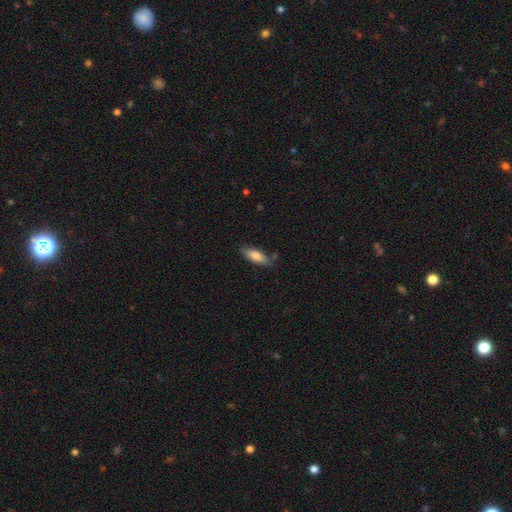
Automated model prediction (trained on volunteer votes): Smooth or featured? Predicted: smooth (p=0.78). How rounded? Predicted: in between (p=0.64). Merging? Predicted: none (p=0.77).